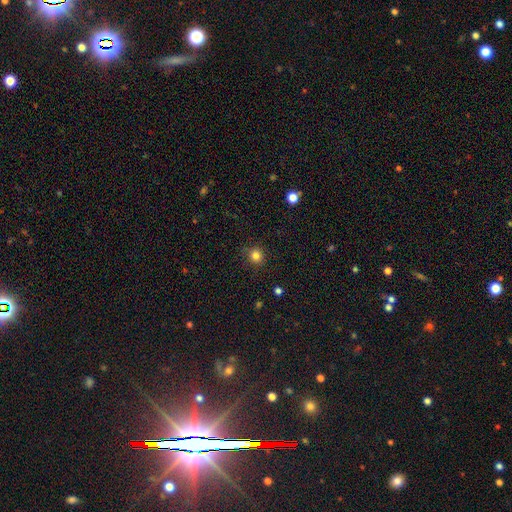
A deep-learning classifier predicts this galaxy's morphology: smooth_or_featured: smooth (p=0.82) [alt: star or artifact p=0.13]
how_rounded: round (p=0.92) [alt: in between p=0.07]
merging: none (p=0.87) [alt: minor disturbance p=0.10]